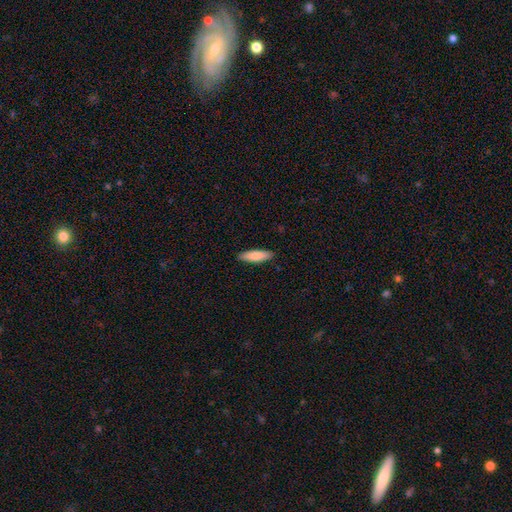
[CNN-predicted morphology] smooth_or_featured: smooth (p=0.83) [alt: featured or disk p=0.12]
how_rounded: cigar-shaped (p=0.58) [alt: in between p=0.40]
merging: none (p=0.90) [alt: minor disturbance p=0.08]